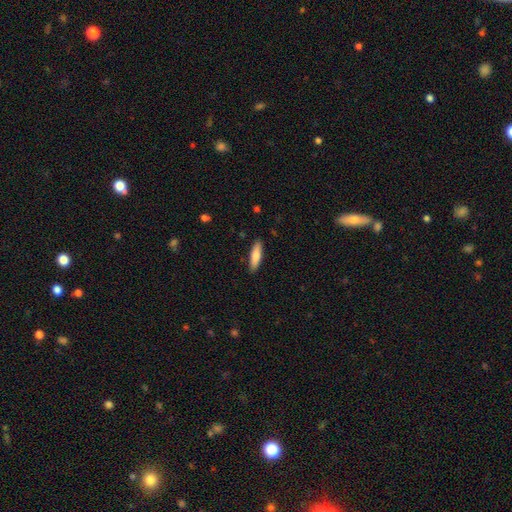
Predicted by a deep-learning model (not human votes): smooth-or-featured: smooth: 80% | featured or disk: 14% | star or artifact: 5%
  how-rounded: cigar-shaped: 64% | in between: 34% | round: 1%
  merging: none: 89% | minor disturbance: 8% | major disturbance: 2% | merger: 1%